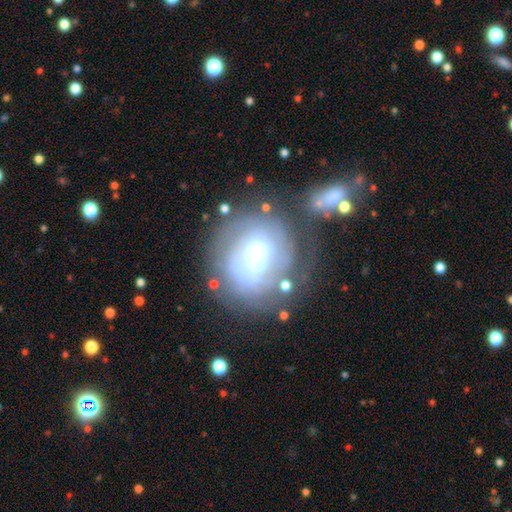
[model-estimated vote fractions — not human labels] Smooth or featured? featured or disk (61%)
Edge-on disk? no (94%)
Bar? weak (41%)
Spiral arms? no (52%)
Bulge size? moderate (58%)
Merging? none (52%)